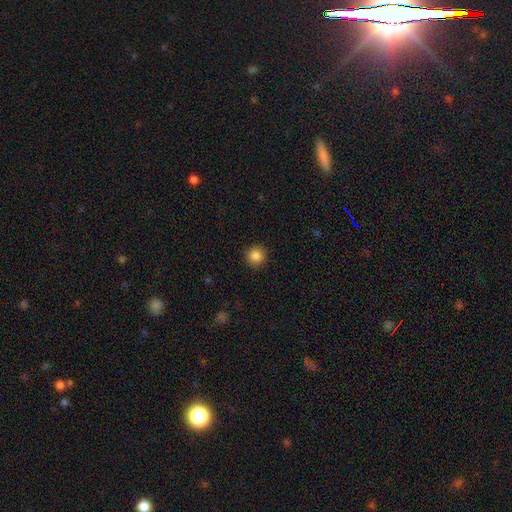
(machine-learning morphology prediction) The model was most divided on "smooth or featured": smooth: 85%, star or artifact: 10%, featured or disk: 4%. More confident: how rounded — round (94%); merging — none (91%).